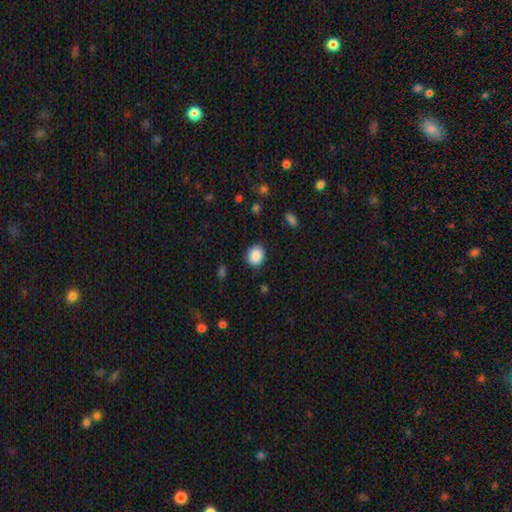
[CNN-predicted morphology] This is clearly a smooth galaxy (88%). How rounded: possibly round (60%). Merging: clearly none (86%).